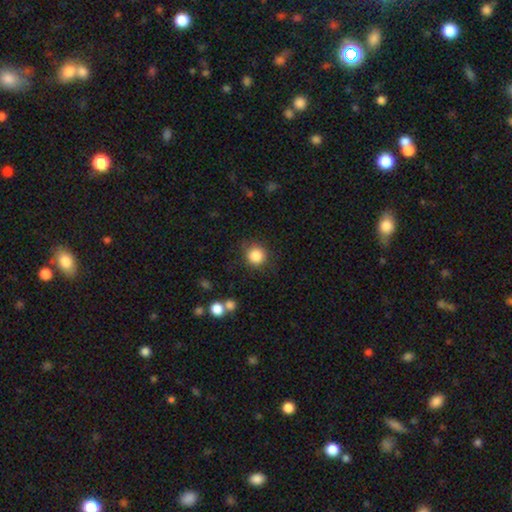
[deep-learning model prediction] Smooth or featured? Predicted: smooth (p=0.86). How rounded? Predicted: round (p=0.92). Merging? Predicted: none (p=0.83).